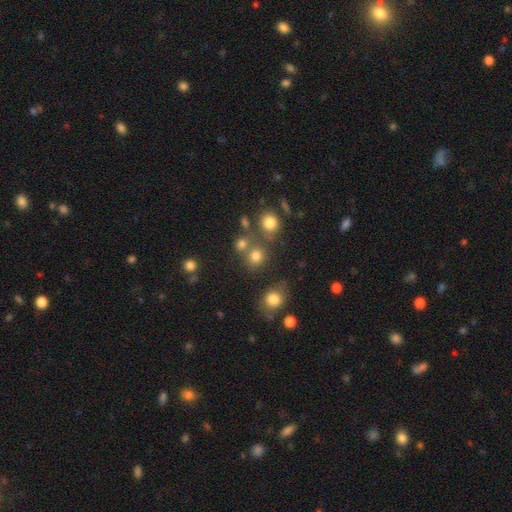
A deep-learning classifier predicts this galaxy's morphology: A smooth galaxy with no disk features (73%) that is round (86%). Merging: none (64%).